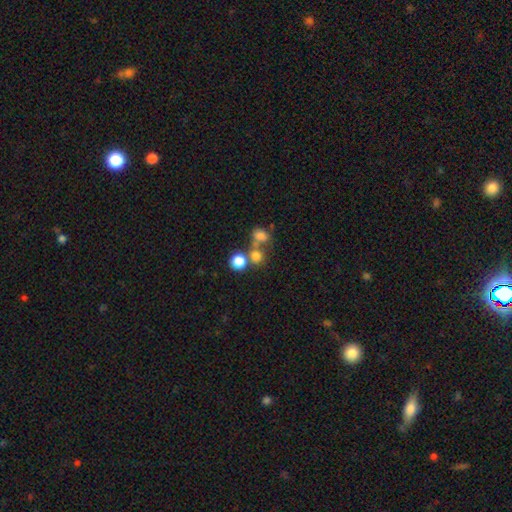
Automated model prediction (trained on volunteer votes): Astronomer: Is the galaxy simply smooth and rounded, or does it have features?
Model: smooth — 74%.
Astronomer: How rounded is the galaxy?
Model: round — 77%.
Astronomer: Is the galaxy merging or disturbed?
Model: none — 51% (runner-up: merger, 35%).